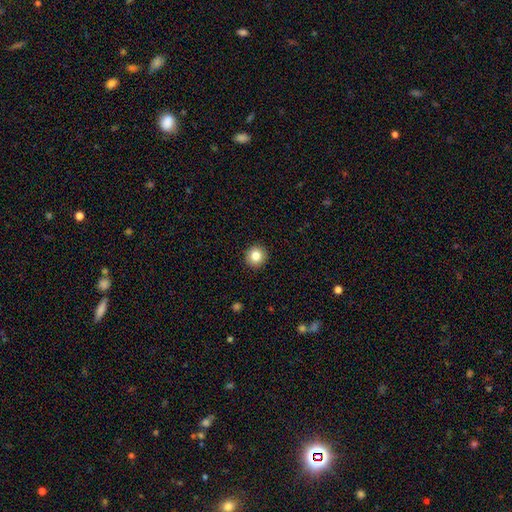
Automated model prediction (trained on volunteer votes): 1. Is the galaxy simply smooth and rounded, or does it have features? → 83% smooth, 10% star or artifact, 7% featured or disk.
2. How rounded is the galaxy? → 93% round, 6% in between, 1% cigar-shaped.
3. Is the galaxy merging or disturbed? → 93% none, 5% minor disturbance, 2% major disturbance, 1% merger.